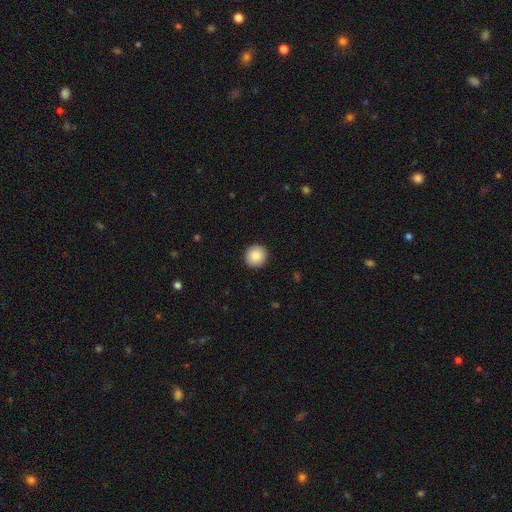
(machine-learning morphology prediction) The model was most divided on "smooth or featured": smooth: 86%, star or artifact: 8%, featured or disk: 7%. More confident: how rounded — round (94%); merging — none (93%).